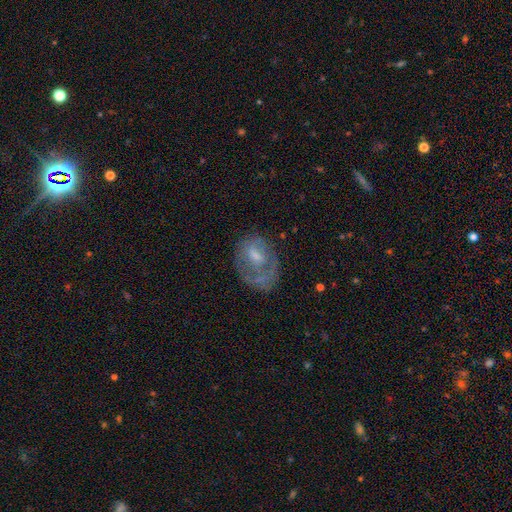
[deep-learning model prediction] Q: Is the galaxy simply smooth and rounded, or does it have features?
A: featured or disk — 52%.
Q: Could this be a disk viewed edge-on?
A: no — 95%.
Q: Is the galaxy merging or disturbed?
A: none — 48%.